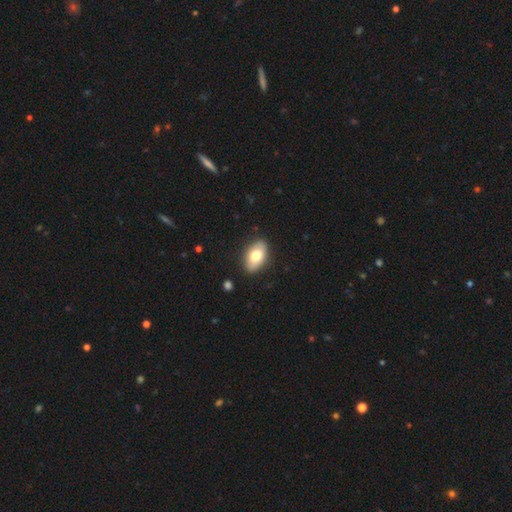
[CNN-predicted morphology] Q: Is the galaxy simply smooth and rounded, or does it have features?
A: smooth — 72%.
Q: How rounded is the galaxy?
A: in between — 92%.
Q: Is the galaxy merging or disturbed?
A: none — 85%.